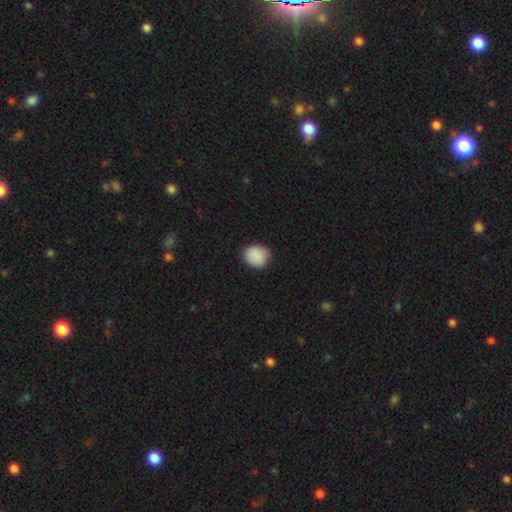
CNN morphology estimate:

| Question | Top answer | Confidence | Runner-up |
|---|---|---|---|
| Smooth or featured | smooth | 89% | star or artifact (8%) |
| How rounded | round | 77% | in between (22%) |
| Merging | none | 86% | minor disturbance (11%) |